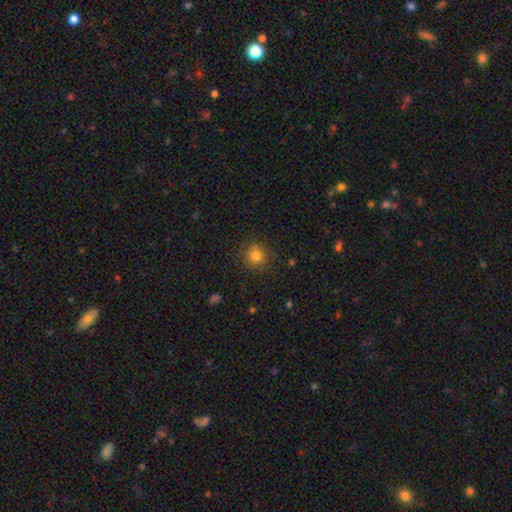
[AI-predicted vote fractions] Smooth or featured: smooth — 80% (star or artifact — 13%)
How rounded: round — 91% (in between — 8%)
Merging: none — 85% (minor disturbance — 11%)